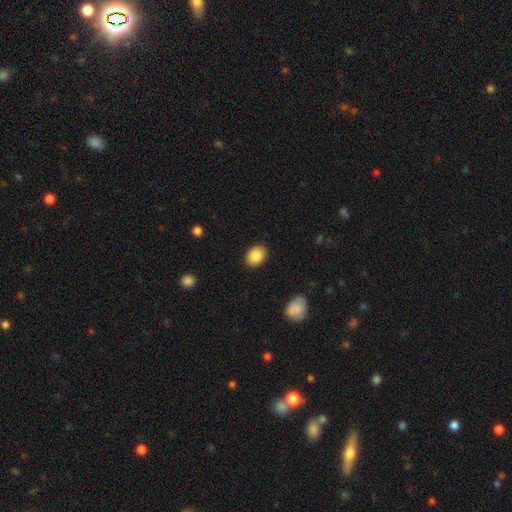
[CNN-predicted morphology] This appears to be a smooth galaxy with no disk features (87%) that is in between round and cigar-shaped (71%). Merging: none (88%).